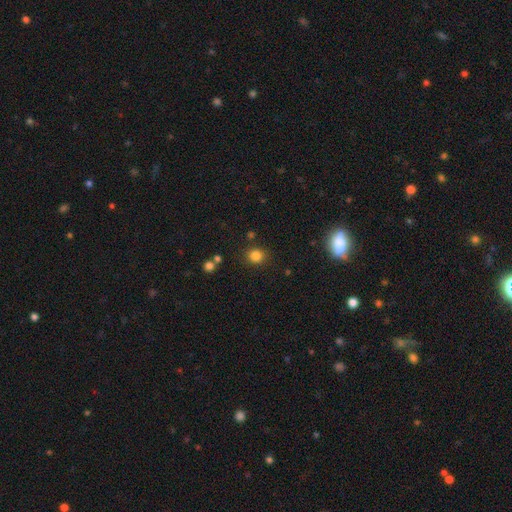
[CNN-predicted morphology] smooth-or-featured: smooth: 82% | star or artifact: 13% | featured or disk: 5%
  how-rounded: round: 84% | in between: 15% | cigar-shaped: 1%
  merging: none: 85% | minor disturbance: 9% | merger: 3% | major disturbance: 3%